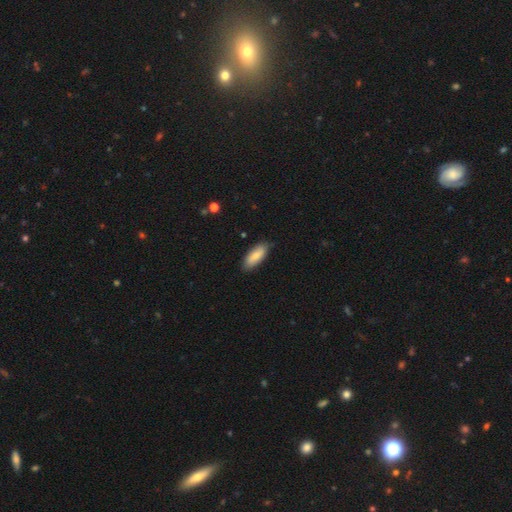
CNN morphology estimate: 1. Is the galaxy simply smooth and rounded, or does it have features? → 79% smooth, 15% featured or disk, 6% star or artifact.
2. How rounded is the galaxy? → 77% in between, 21% cigar-shaped, 2% round.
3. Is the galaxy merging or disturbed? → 80% none, 16% minor disturbance, 3% major disturbance, 1% merger.